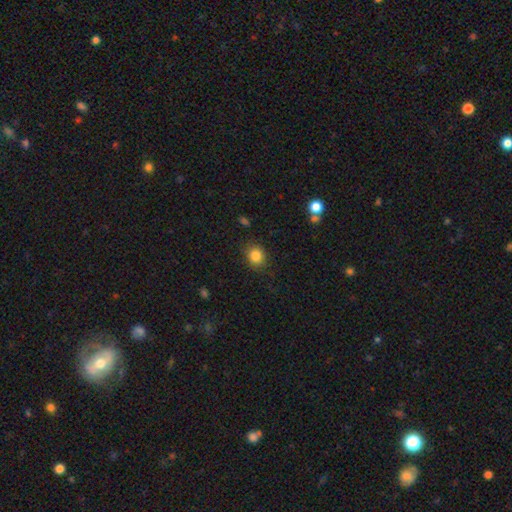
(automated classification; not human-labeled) This is clearly a smooth galaxy (84%). How rounded: likely round (70%). Merging: clearly none (85%).